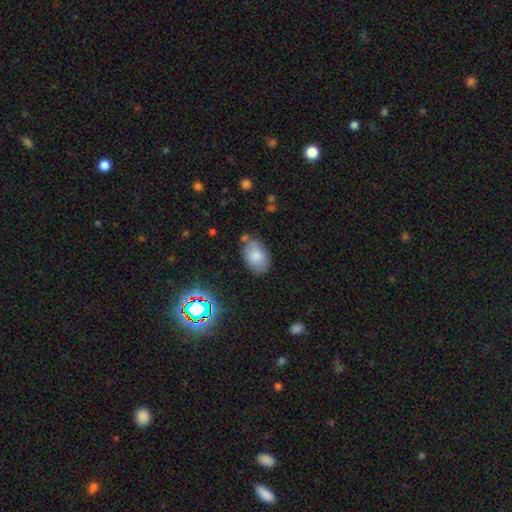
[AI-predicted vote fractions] smooth 80%, featured or disk 10%, star or artifact 10%. Down the decision tree: how rounded — in between (86%); merging — none (70%).